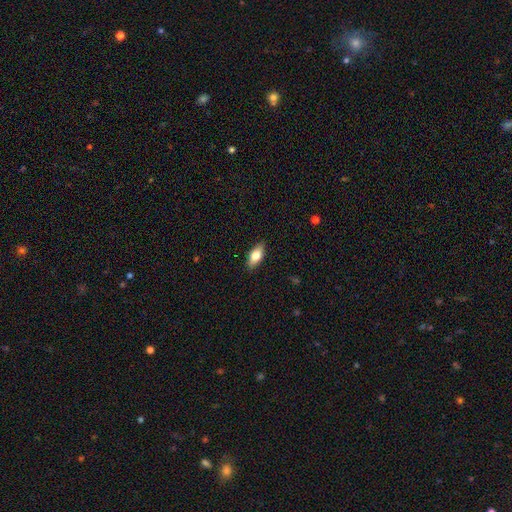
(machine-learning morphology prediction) smooth 72%, featured or disk 21%, star or artifact 7%. Down the decision tree: how rounded — in between (83%); merging — none (87%).